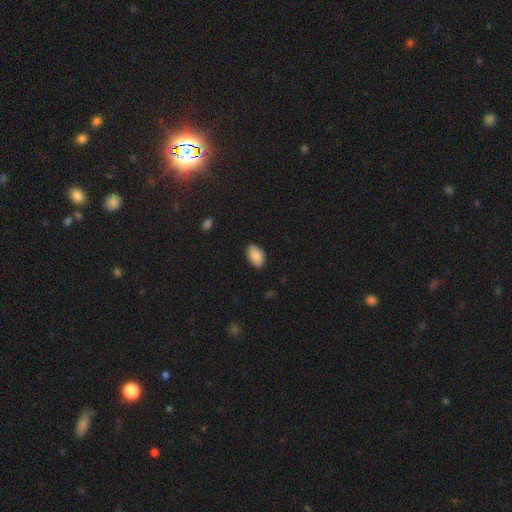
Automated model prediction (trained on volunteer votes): Morphology: type=smooth (89%); roundness=in between (93%); merging=none (88%).